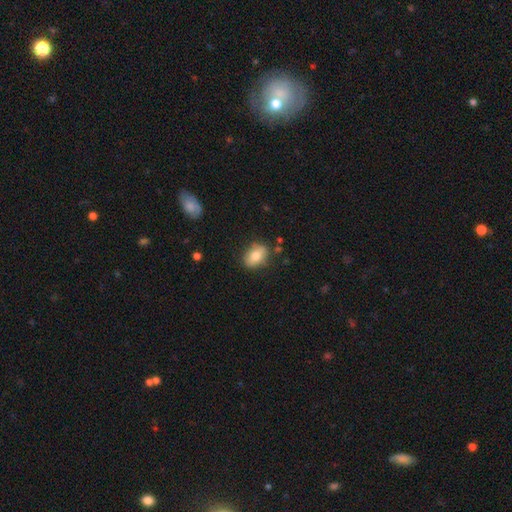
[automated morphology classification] This is likely a smooth galaxy (78%). How rounded: likely in between (78%). Merging: likely none (80%).